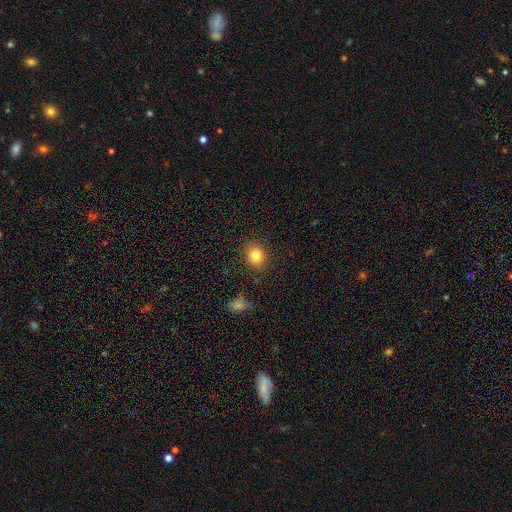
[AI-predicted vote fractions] smooth_or_featured: smooth (p=0.83) [alt: star or artifact p=0.10]
how_rounded: round (p=0.55) [alt: in between p=0.44]
merging: none (p=0.86) [alt: minor disturbance p=0.10]